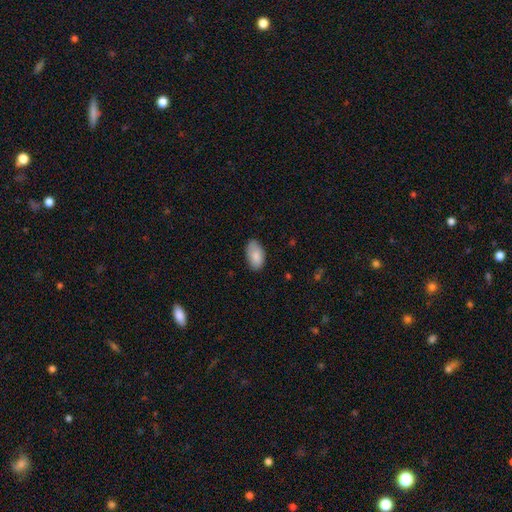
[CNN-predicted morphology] This appears to be a smooth galaxy with no disk features (85%) that is in between round and cigar-shaped (94%). Merging: none (77%).